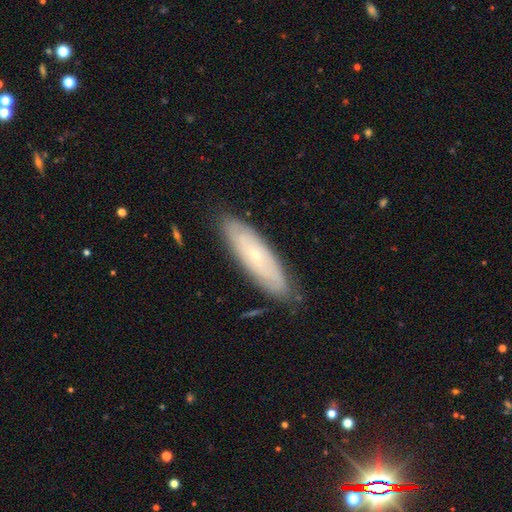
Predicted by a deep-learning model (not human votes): Overall: featured or disk (62%; smooth 31%). Edge-on disk: no (74%). Merging: none (82%).